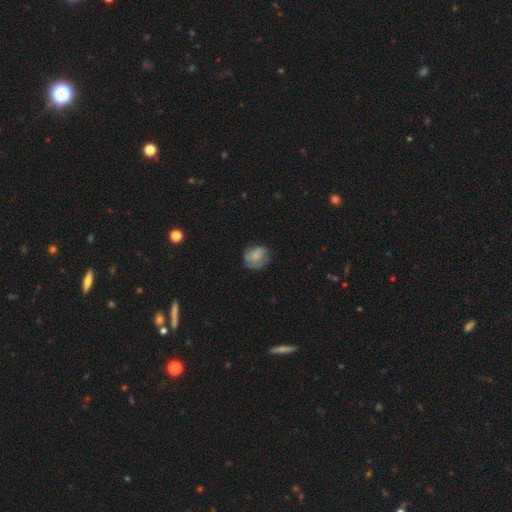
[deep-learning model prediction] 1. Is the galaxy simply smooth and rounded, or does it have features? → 65% smooth, 26% featured or disk, 9% star or artifact.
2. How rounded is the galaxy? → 67% round, 32% in between, 1% cigar-shaped.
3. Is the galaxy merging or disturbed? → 63% none, 25% minor disturbance, 10% major disturbance, 2% merger.